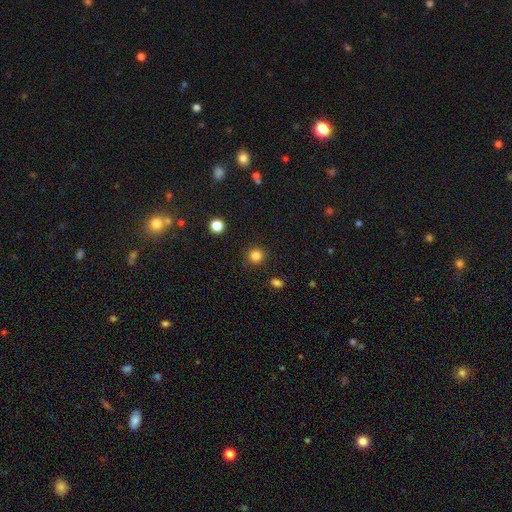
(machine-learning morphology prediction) smooth 83%, star or artifact 13%, featured or disk 4%. Down the decision tree: how rounded — round (91%); merging — none (88%).